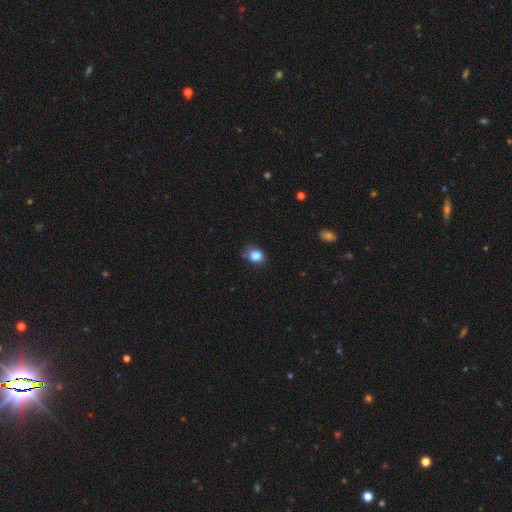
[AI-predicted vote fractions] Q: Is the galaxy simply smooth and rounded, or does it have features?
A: smooth — 85%.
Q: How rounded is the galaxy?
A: round — 57%.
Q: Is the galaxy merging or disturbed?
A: none — 70%.